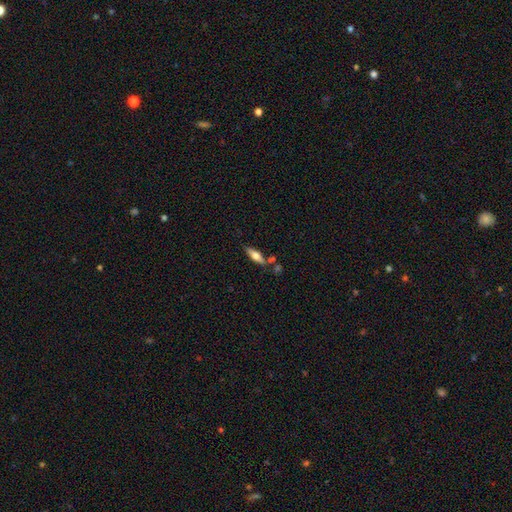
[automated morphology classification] Smooth or featured? Predicted: smooth (p=0.50). How rounded? Predicted: in between (p=0.50). Merging? Predicted: none (p=0.69).